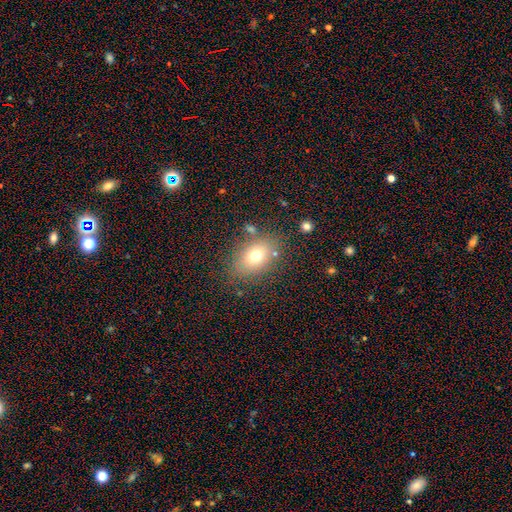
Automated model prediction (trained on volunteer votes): smooth-or-featured: smooth: 71% | featured or disk: 16% | star or artifact: 13%
  how-rounded: in between: 75% | round: 23% | cigar-shaped: 2%
  merging: none: 77% | minor disturbance: 13% | major disturbance: 5% | merger: 5%